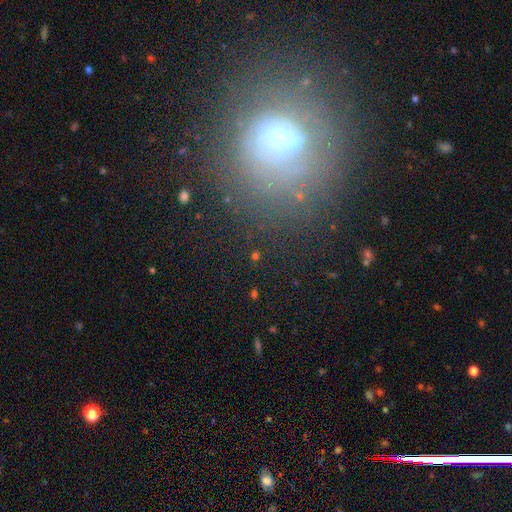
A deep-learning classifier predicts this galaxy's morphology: Smooth or featured?
  - star or artifact: 48% *
  - smooth: 33%
  - featured or disk: 19%